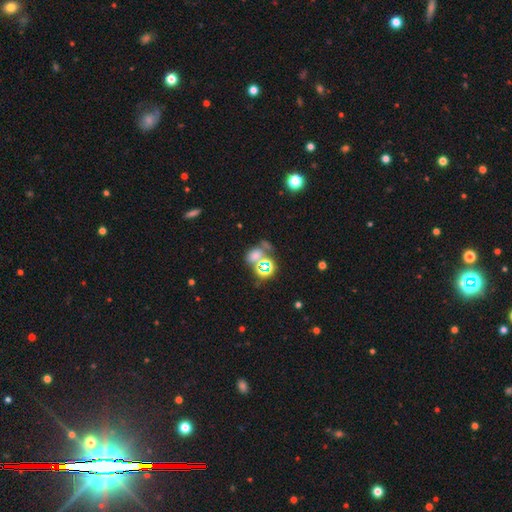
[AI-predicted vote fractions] A smooth galaxy with no disk features (48%).

Vote fractions:
- Smooth or featured? smooth: 48% / star or artifact: 40% / featured or disk: 12%
- Merging? none: 42% / merger: 34% / minor disturbance: 13% / major disturbance: 11%